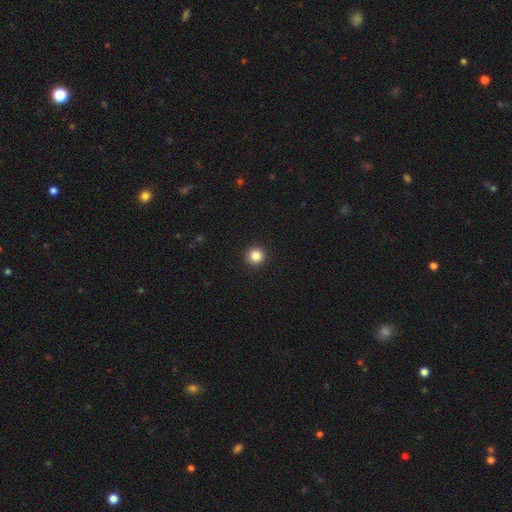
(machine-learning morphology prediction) smooth 85%, star or artifact 11%, featured or disk 4%. Down the decision tree: how rounded — round (95%); merging — none (93%).